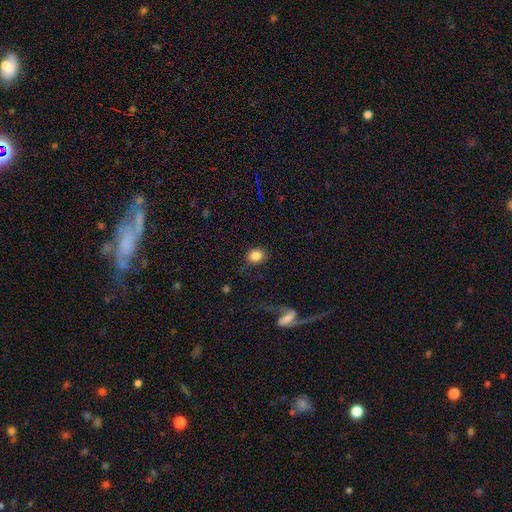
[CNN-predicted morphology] The model was most divided on "how rounded": round: 61%, in between: 38%, cigar-shaped: 1%. More confident: smooth or featured — smooth (83%); merging — none (81%).